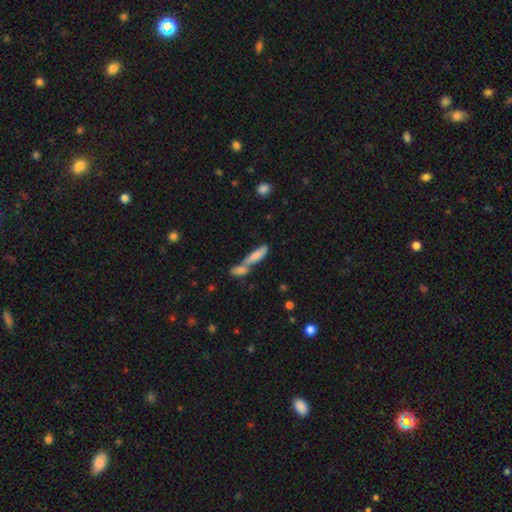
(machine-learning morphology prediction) Smooth or featured? smooth (76%)
How rounded? cigar-shaped (64%)
Merging? merger (60%)